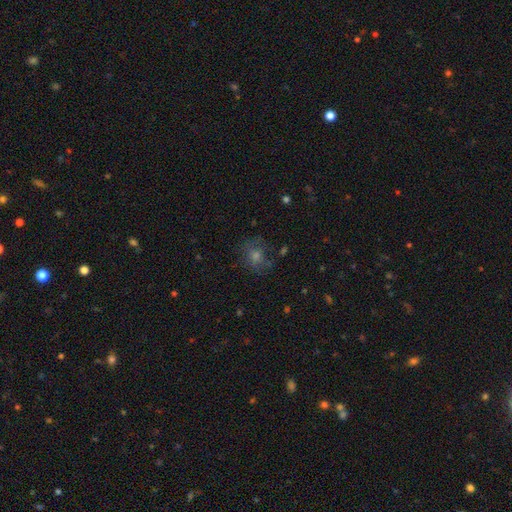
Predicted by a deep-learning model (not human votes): Morphology: type=smooth (44%); merging=none (71%).